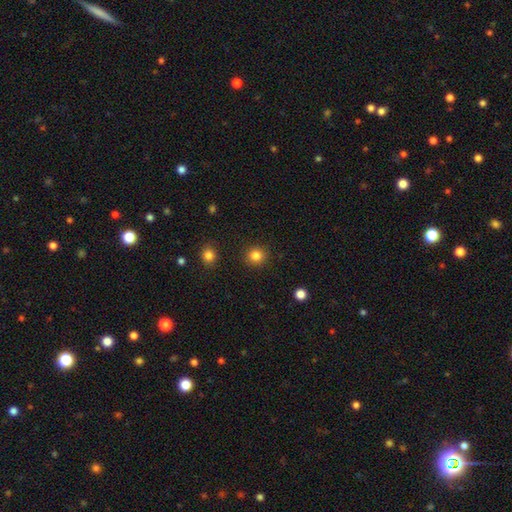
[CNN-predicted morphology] Smooth or featured?
  - smooth: 84% *
  - star or artifact: 12%
  - featured or disk: 4%
How rounded?
  - round: 92% *
  - in between: 7%
  - cigar-shaped: 1%
Merging?
  - none: 91% *
  - minor disturbance: 5%
  - major disturbance: 2%
  - merger: 1%